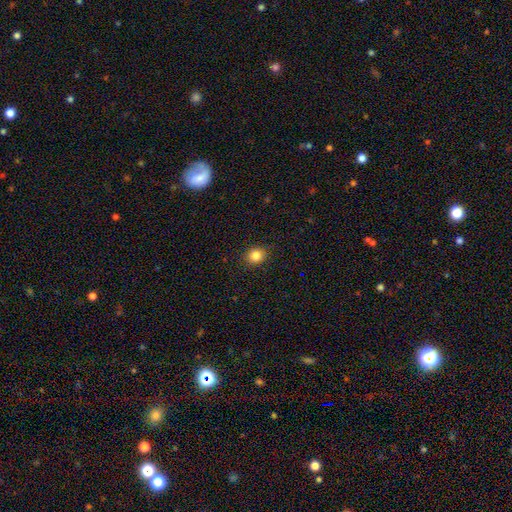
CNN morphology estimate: smooth-or-featured: smooth: 84% | star or artifact: 11% | featured or disk: 5%
  how-rounded: round: 76% | in between: 23% | cigar-shaped: 1%
  merging: none: 90% | minor disturbance: 7% | major disturbance: 2% | merger: 1%